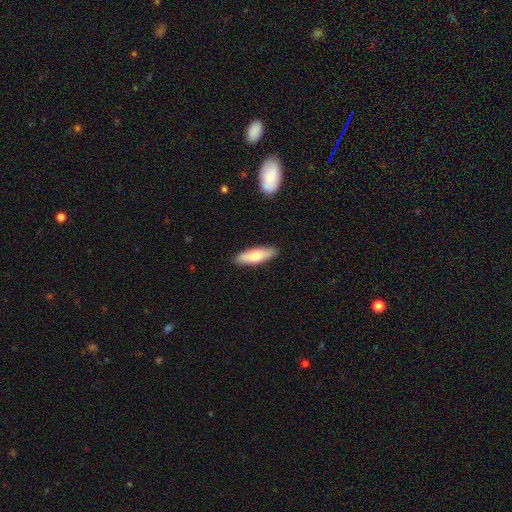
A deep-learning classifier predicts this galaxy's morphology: This is likely a smooth galaxy (69%). How rounded: possibly cigar-shaped (50%). Merging: clearly none (89%).